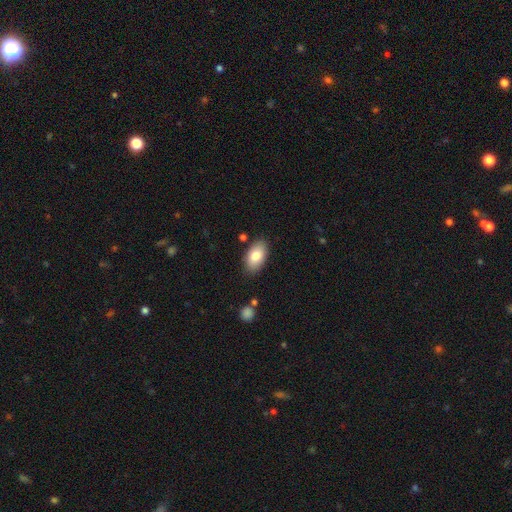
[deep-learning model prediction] A smooth galaxy with no disk features (82%) that is in between round and cigar-shaped (94%).

Vote fractions:
- Smooth or featured? smooth: 82% / featured or disk: 11% / star or artifact: 7%
- How rounded? in between: 94% / round: 4% / cigar-shaped: 2%
- Merging? none: 84% / minor disturbance: 11% / major disturbance: 2% / merger: 2%